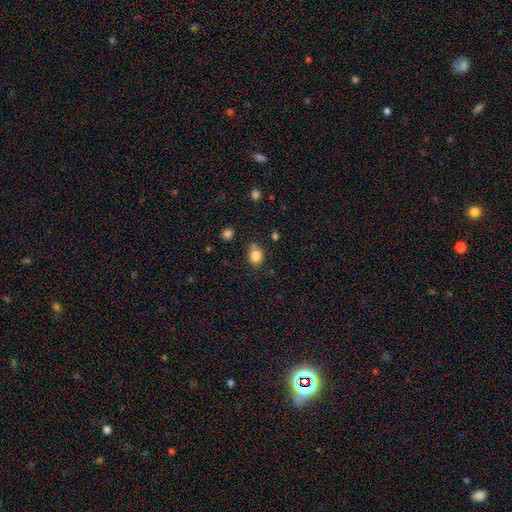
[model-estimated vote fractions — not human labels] This appears to be a smooth galaxy with no disk features (83%) that is round (59%). Merging: none (61%).